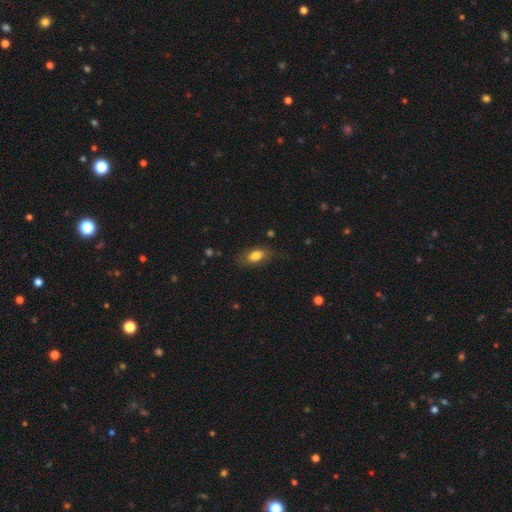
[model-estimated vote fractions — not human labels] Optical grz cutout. It shows a smooth galaxy with no disk features (79%) that is in between round and cigar-shaped (86%). Merging: none (76%).